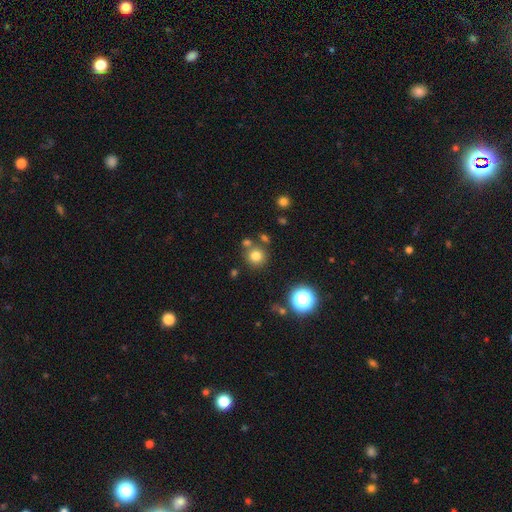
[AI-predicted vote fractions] This appears to be a smooth galaxy with no disk features (78%) that is round (92%). Merging: none (76%).